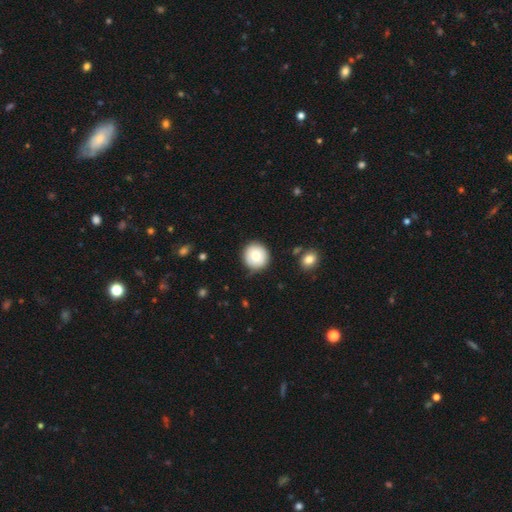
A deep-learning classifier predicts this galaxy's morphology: This appears to be a smooth galaxy with no disk features (78%) that is round (93%). Merging: none (85%).